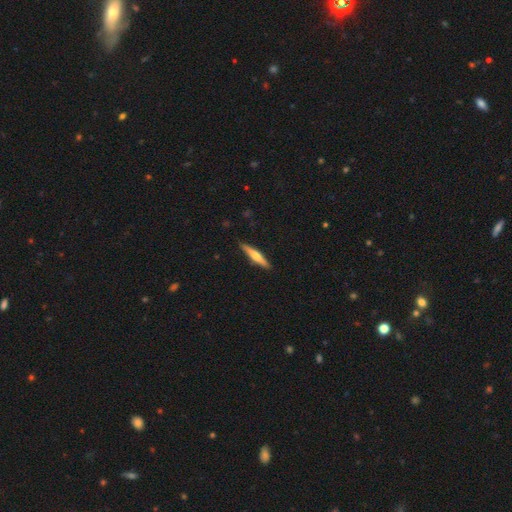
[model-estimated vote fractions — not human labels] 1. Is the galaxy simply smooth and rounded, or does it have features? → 49% featured or disk, 45% smooth, 5% star or artifact.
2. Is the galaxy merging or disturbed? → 89% none, 8% minor disturbance, 1% major disturbance, 1% merger.